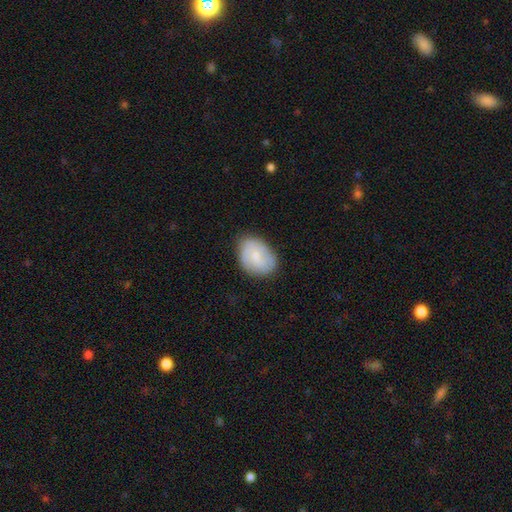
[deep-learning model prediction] Smooth or featured? Predicted: smooth (p=0.57). How rounded? Predicted: in between (p=0.70). Merging? Predicted: none (p=0.74).